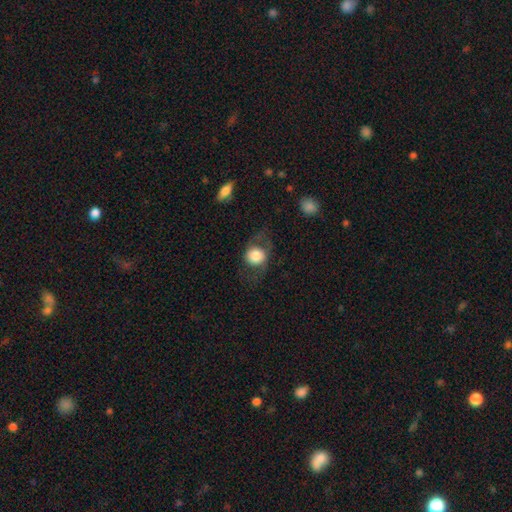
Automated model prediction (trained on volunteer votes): Smooth or featured?
  - smooth: 70% *
  - featured or disk: 22%
  - star or artifact: 8%
How rounded?
  - round: 75% *
  - in between: 24%
  - cigar-shaped: 1%
Merging?
  - none: 60% *
  - minor disturbance: 19%
  - major disturbance: 19%
  - merger: 2%